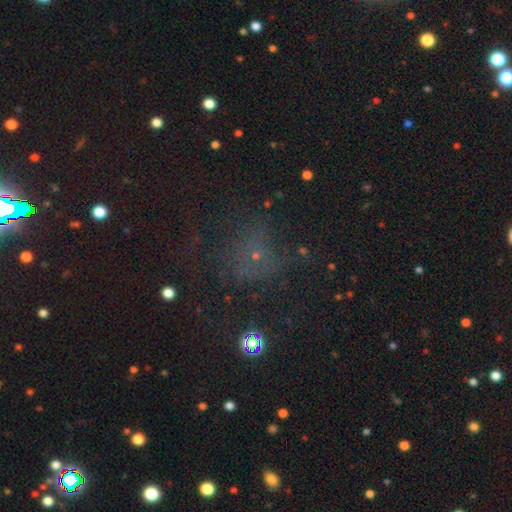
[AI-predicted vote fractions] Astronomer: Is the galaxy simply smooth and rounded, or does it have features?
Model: star or artifact — 44% (runner-up: smooth, 42%).